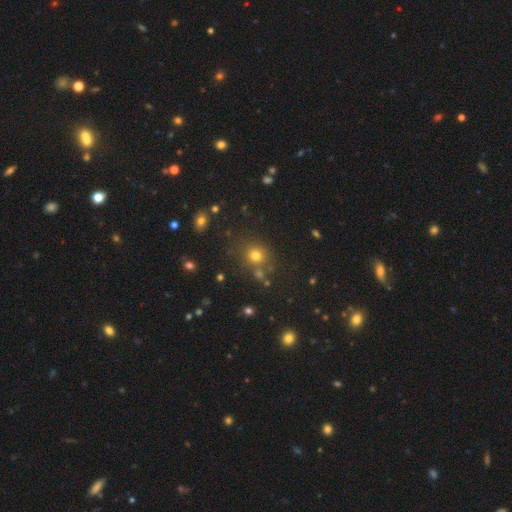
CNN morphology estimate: type=smooth (71%); roundness=round (88%); merging=none (76%).